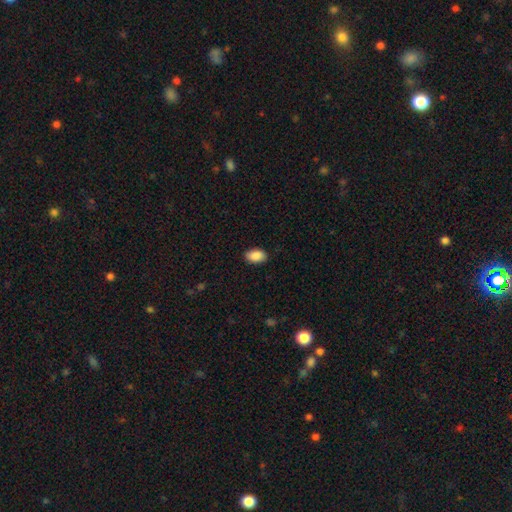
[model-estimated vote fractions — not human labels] A smooth galaxy with no disk features (89%) that is in between round and cigar-shaped (91%). Merging: none (88%).